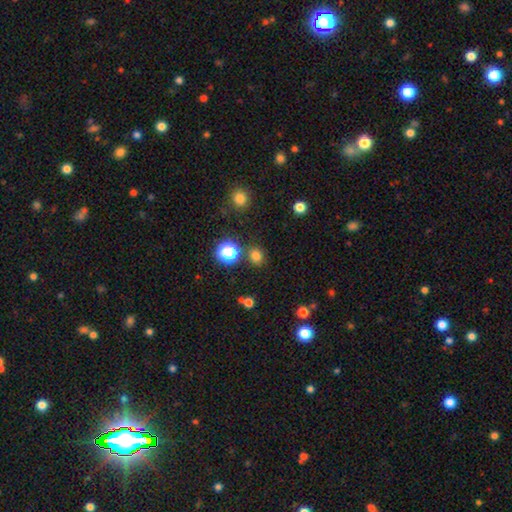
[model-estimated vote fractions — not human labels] The model was most divided on "smooth or featured": smooth: 74%, star or artifact: 21%, featured or disk: 5%. More confident: merging — none (83%); how rounded — round (82%).